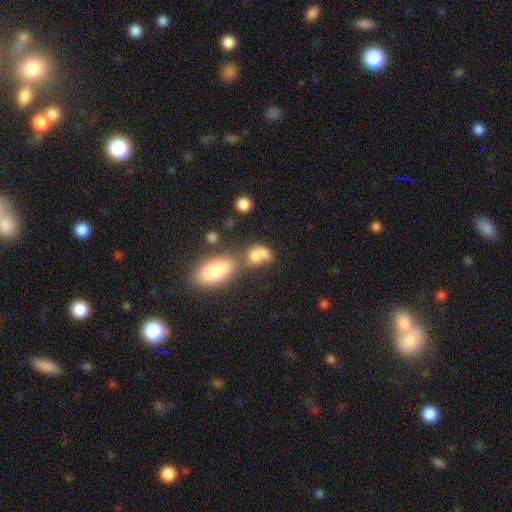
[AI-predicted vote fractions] smooth-or-featured: smooth: 75% | featured or disk: 14% | star or artifact: 11%
  how-rounded: in between: 66% | round: 31% | cigar-shaped: 3%
  merging: merger: 48% | none: 27% | minor disturbance: 13% | major disturbance: 12%